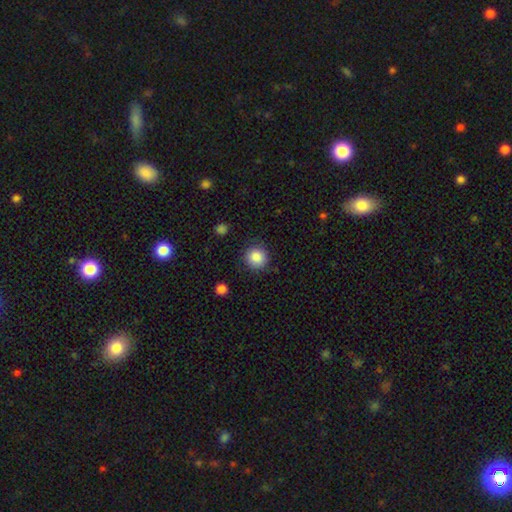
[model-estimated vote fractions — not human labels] Overall: smooth (87%). How rounded: round (93%). Merging: none (87%).